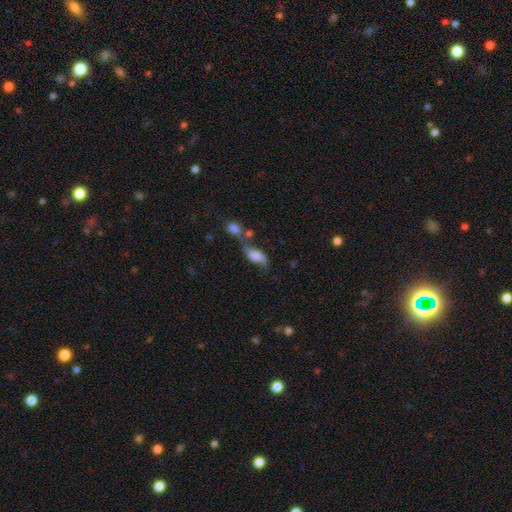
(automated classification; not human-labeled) Smooth or featured?
  - featured or disk: 49% *
  - smooth: 41%
  - star or artifact: 10%
Merging?
  - merger: 42% *
  - none: 28%
  - minor disturbance: 16%
  - major disturbance: 13%